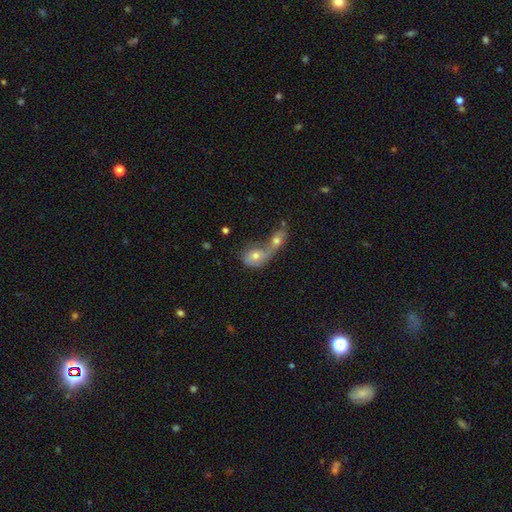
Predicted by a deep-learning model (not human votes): Smooth or featured?
  - smooth: 62% *
  - featured or disk: 29%
  - star or artifact: 8%
How rounded?
  - in between: 59% *
  - round: 39%
  - cigar-shaped: 3%
Merging?
  - merger: 76% *
  - none: 13%
  - major disturbance: 6%
  - minor disturbance: 5%